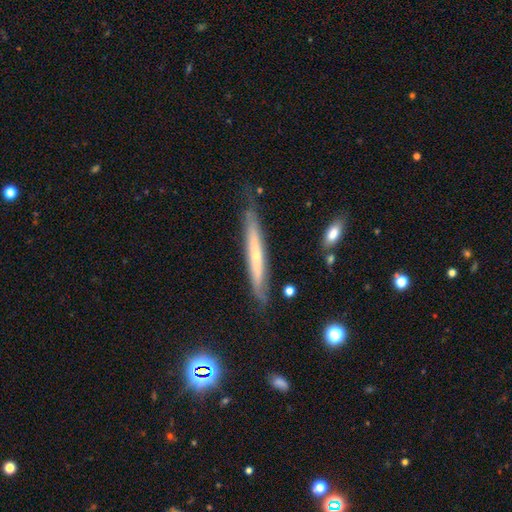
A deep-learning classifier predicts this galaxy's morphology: featured or disk 60%, smooth 33%, star or artifact 7%. Down the decision tree: edge-on disk — yes (88%); edge-on bulge — rounded (51%); merging — none (75%).